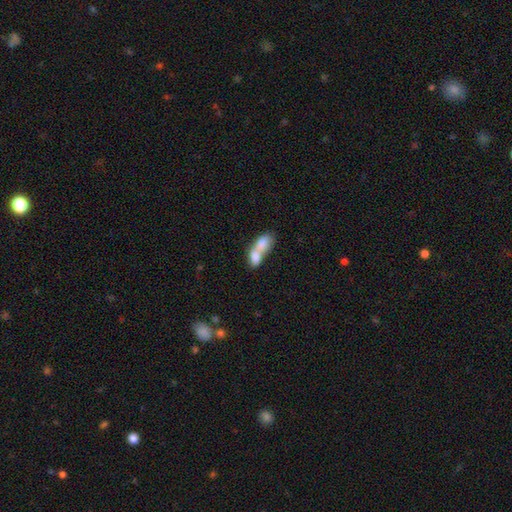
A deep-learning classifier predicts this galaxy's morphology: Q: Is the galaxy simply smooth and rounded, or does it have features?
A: smooth — 74%.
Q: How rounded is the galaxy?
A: in between — 80%.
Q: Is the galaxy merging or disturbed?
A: merger — 78%.